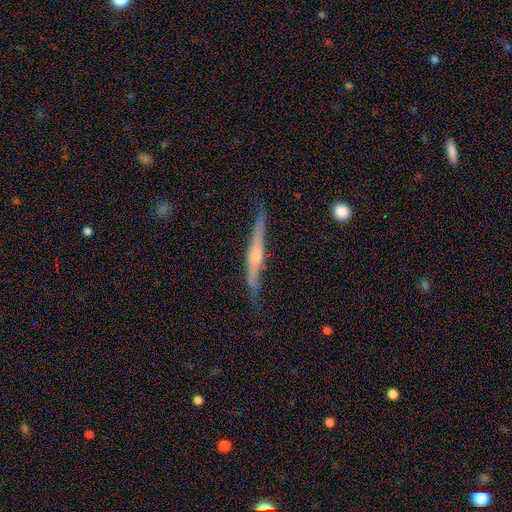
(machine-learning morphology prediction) type=featured or disk (74%); edge-on=yes (95%); edge-on bulge=rounded (72%); merging=none (76%).